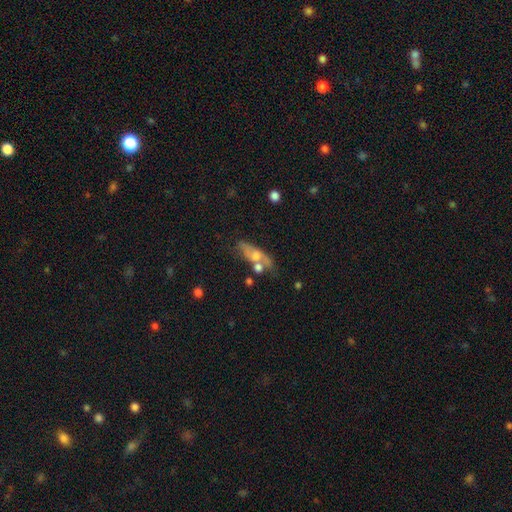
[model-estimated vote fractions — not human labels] smooth_or_featured: featured or disk (p=0.48) [alt: smooth p=0.44]
merging: none (p=0.45) [alt: merger p=0.23]